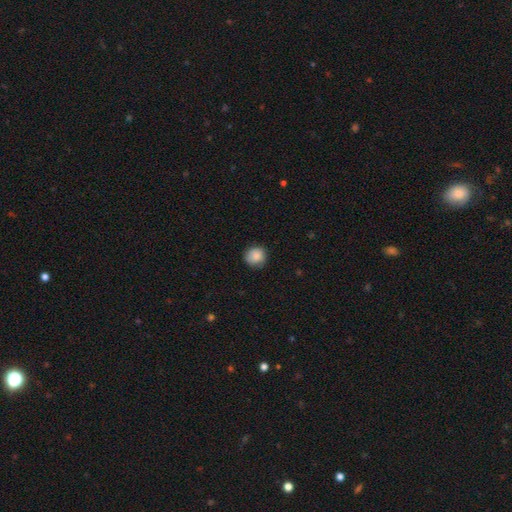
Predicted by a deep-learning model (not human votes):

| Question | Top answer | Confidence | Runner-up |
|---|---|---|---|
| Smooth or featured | smooth | 86% | star or artifact (8%) |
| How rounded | round | 88% | in between (11%) |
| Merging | none | 80% | minor disturbance (16%) |